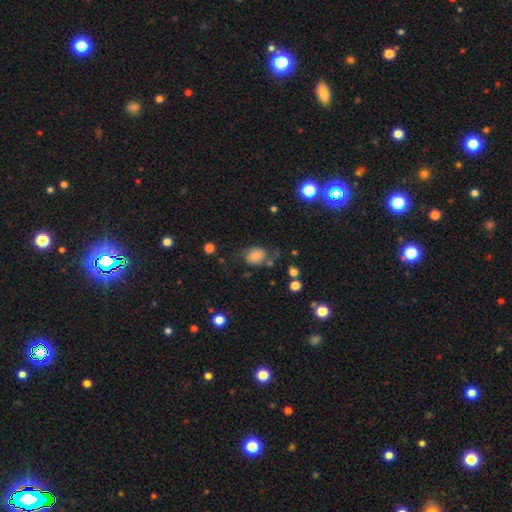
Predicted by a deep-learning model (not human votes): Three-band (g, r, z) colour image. It shows a smooth galaxy with no disk features (53%) that is in between round and cigar-shaped (62%). Merging: none (53%).